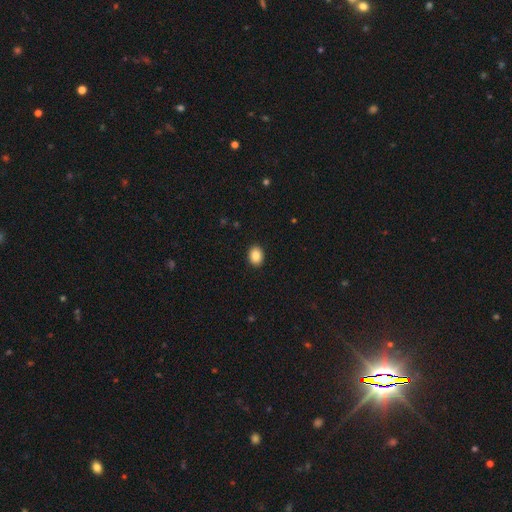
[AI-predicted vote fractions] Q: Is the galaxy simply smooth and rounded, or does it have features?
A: smooth — 88%.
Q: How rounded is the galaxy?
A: in between — 62%.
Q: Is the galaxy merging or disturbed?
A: none — 91%.